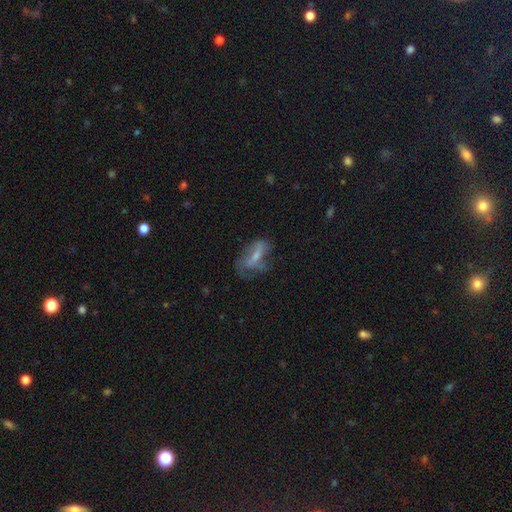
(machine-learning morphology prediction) type=featured or disk (51%); edge-on=no (88%); merging=none (40%).